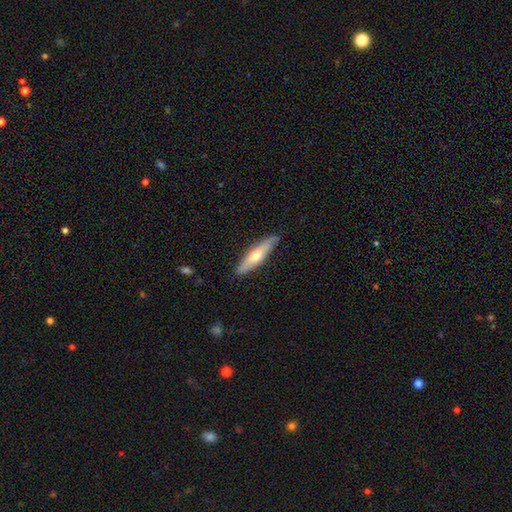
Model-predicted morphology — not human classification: smooth-or-featured: smooth: 51% | featured or disk: 44% | star or artifact: 5%
  how-rounded: cigar-shaped: 77% | in between: 21% | round: 2%
  merging: none: 83% | minor disturbance: 13% | major disturbance: 2% | merger: 1%